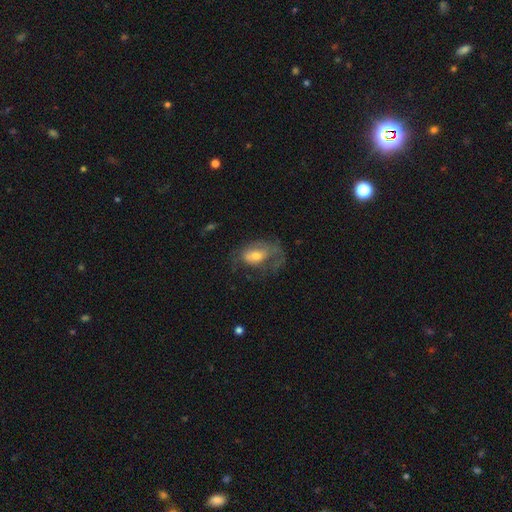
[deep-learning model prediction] A featured or disk galaxy (49%).

Vote fractions:
- Smooth or featured? featured or disk: 49% / smooth: 41% / star or artifact: 9%
- Merging? major disturbance: 44% / none: 33% / minor disturbance: 22% / merger: 2%